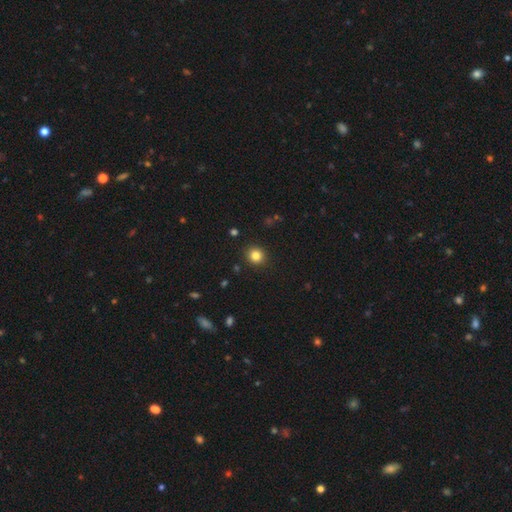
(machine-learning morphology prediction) A smooth galaxy with no disk features (83%) that is round (89%).

Vote fractions:
- Smooth or featured? smooth: 83% / star or artifact: 12% / featured or disk: 5%
- How rounded? round: 89% / in between: 10% / cigar-shaped: 1%
- Merging? none: 92% / minor disturbance: 5% / major disturbance: 2% / merger: 1%